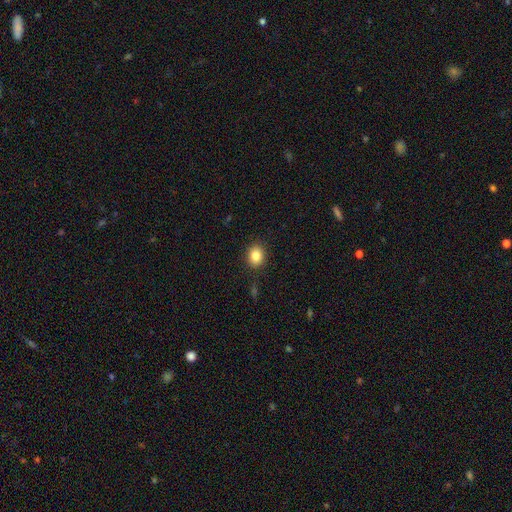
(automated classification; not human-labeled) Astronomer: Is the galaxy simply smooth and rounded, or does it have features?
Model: smooth — 85%.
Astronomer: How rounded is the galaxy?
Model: round — 56% (runner-up: in between, 43%).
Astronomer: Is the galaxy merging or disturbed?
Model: none — 88%.